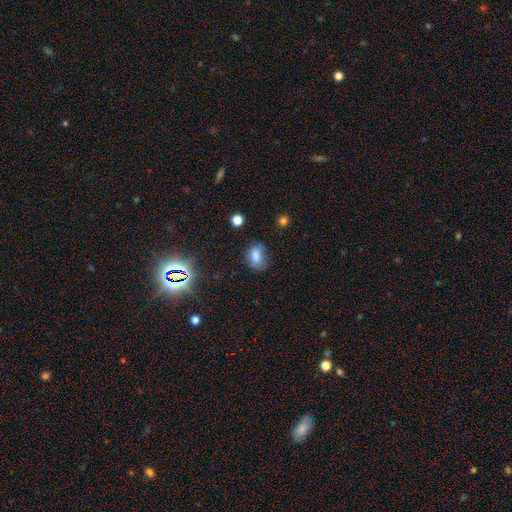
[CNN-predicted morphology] type=smooth (77%); roundness=in between (73%); merging=none (58%).